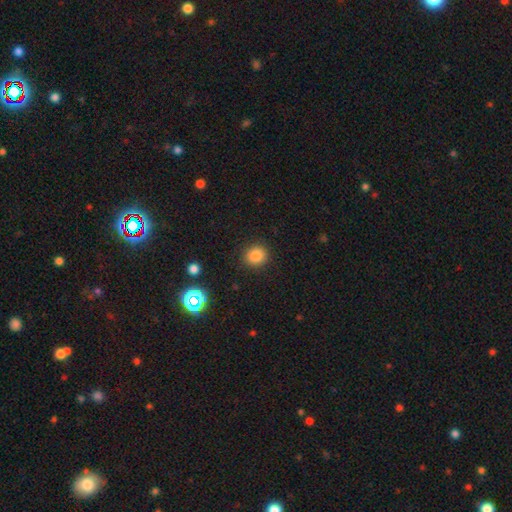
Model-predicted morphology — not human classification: Overall: smooth (83%). How rounded: round (84%). Merging: none (90%).